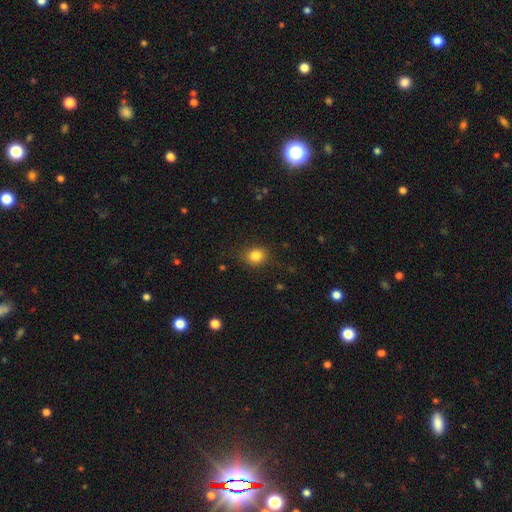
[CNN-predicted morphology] type=smooth (84%); roundness=round (69%); merging=none (84%).